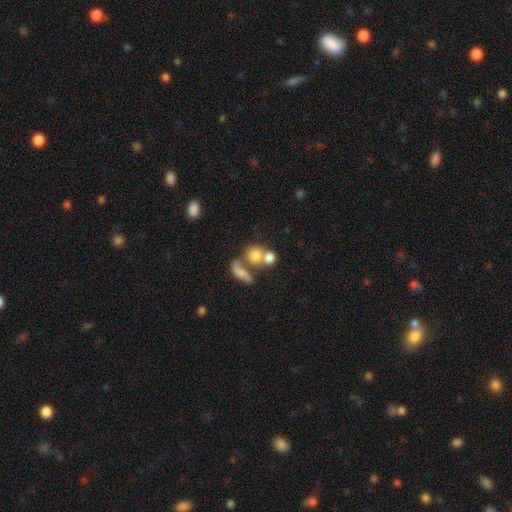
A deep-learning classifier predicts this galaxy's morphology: smooth_or_featured: smooth (p=0.73) [alt: featured or disk p=0.15]
how_rounded: round (p=0.71) [alt: in between p=0.26]
merging: merger (p=0.48) [alt: none p=0.33]